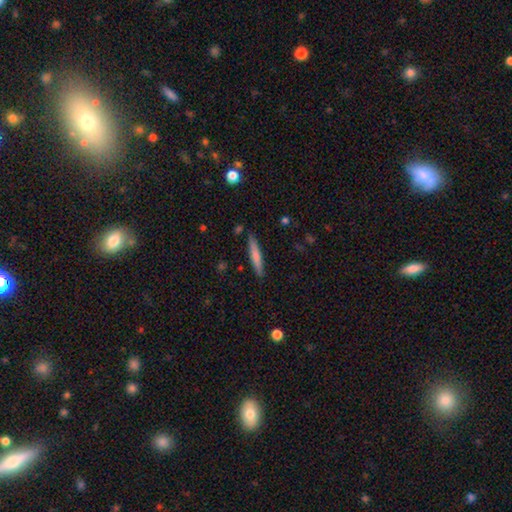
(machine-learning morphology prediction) Q: Smooth or featured?
A: smooth (68%); runner-up: featured or disk (26%)
Q: How rounded?
A: cigar-shaped (93%); runner-up: in between (6%)
Q: Merging?
A: none (87%); runner-up: minor disturbance (9%)